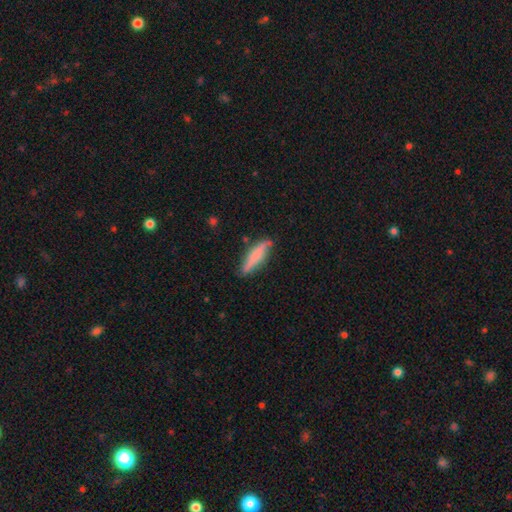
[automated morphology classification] Overall: smooth (65%; featured or disk 29%). How rounded: cigar-shaped (82%). Merging: none (77%).